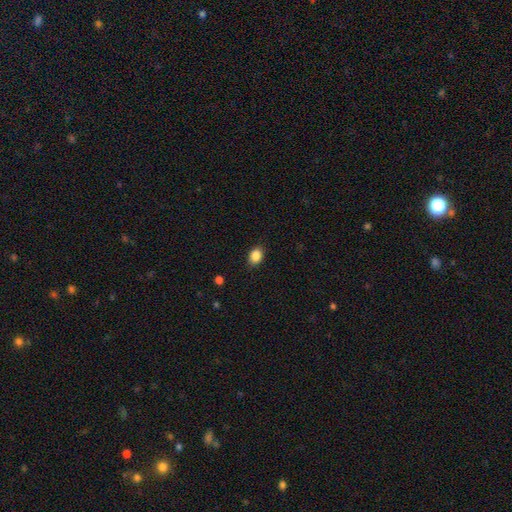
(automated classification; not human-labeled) This is clearly a smooth galaxy (87%). How rounded: likely in between (71%). Merging: clearly none (88%).